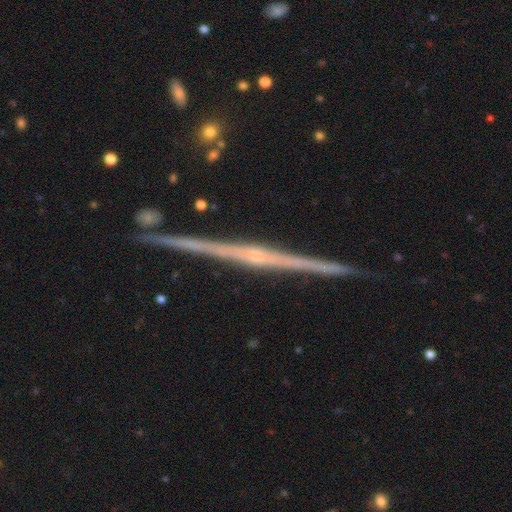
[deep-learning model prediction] smooth-or-featured: featured or disk: 87% | smooth: 6% | star or artifact: 6%
  disk-edge-on: yes: 99% | no: 1%
    edge-on-bulge: rounded: 55% | none: 33% | boxy: 12%
  merging: none: 91% | minor disturbance: 6% | merger: 2% | major disturbance: 1%